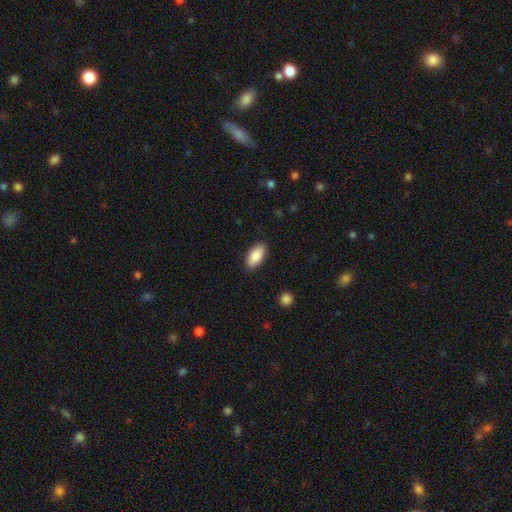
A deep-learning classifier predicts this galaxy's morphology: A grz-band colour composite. It shows a smooth galaxy with no disk features (86%) that is in between round and cigar-shaped (92%). Merging: none (88%).